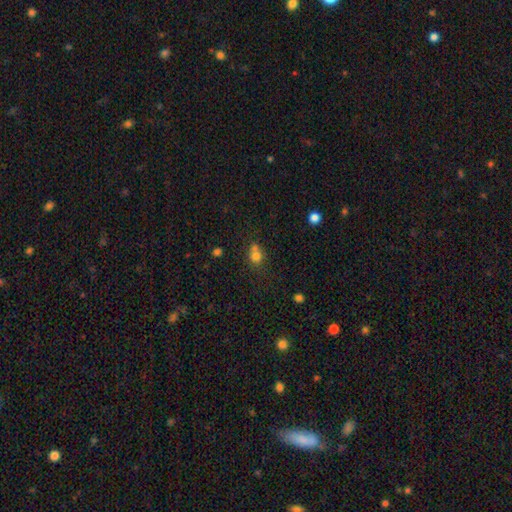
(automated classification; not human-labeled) smooth_or_featured: smooth (p=0.76) [alt: star or artifact p=0.14]
how_rounded: round (p=0.72) [alt: in between p=0.27]
merging: none (p=0.43) [alt: merger p=0.39]